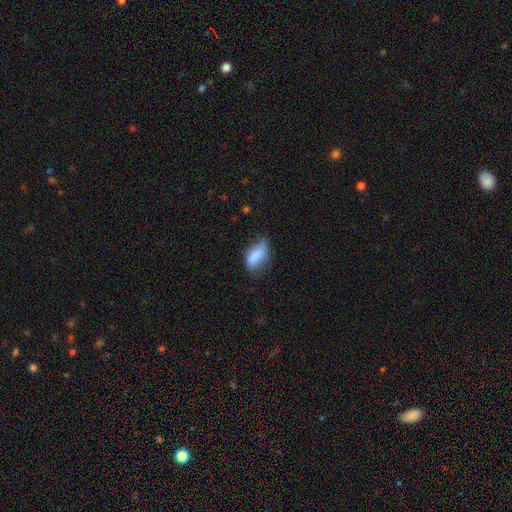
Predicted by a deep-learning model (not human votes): The model was most divided on "merging": none: 45%, minor disturbance: 39%, major disturbance: 14%, merger: 2%. More confident: how rounded — in between (88%); smooth or featured — smooth (81%).